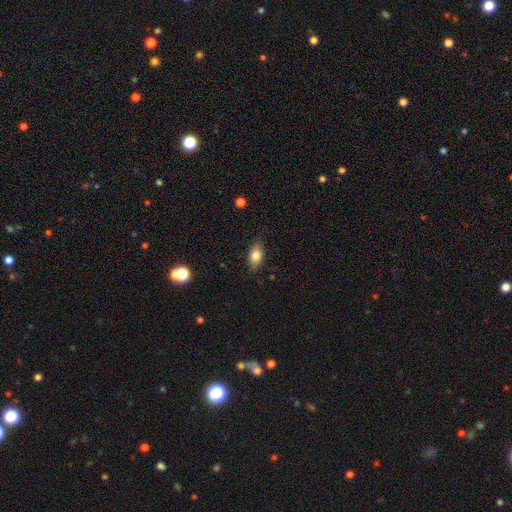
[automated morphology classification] Smooth or featured? Predicted: smooth (p=0.81). How rounded? Predicted: in between (p=0.86). Merging? Predicted: none (p=0.83).